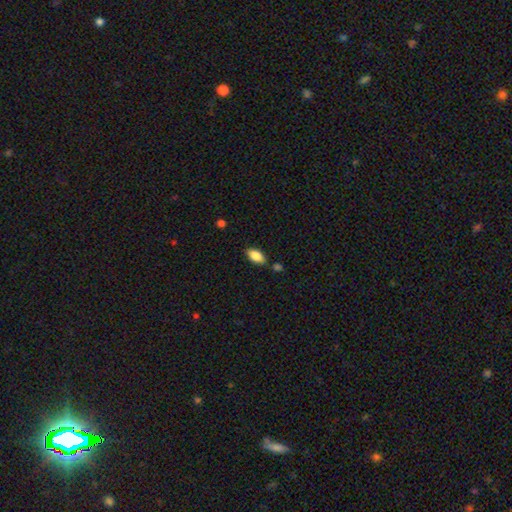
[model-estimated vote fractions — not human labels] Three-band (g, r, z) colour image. It shows a smooth galaxy with no disk features (84%) that is in between round and cigar-shaped (91%). Merging: none (76%).